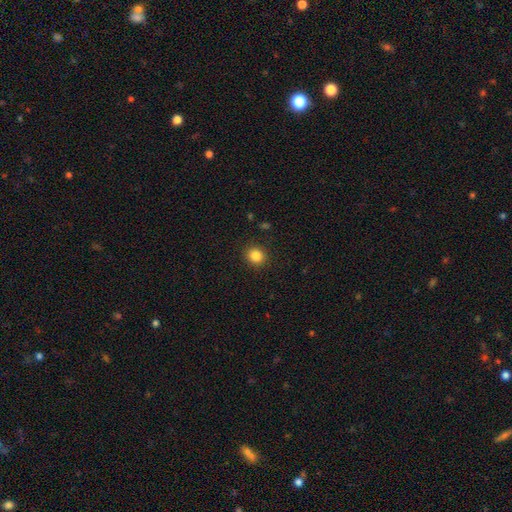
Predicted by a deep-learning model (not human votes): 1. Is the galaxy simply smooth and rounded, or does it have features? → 85% smooth, 11% star or artifact, 4% featured or disk.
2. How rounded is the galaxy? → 84% round, 15% in between, 1% cigar-shaped.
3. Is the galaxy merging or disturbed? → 90% none, 6% minor disturbance, 2% major disturbance, 1% merger.